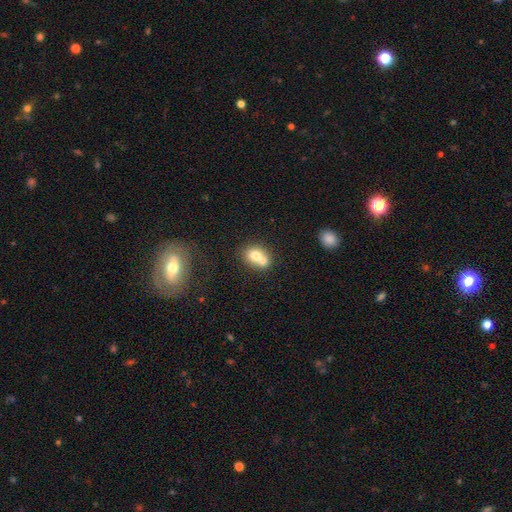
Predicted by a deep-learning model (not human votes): Smooth or featured?
  - smooth: 68% *
  - featured or disk: 21%
  - star or artifact: 10%
How rounded?
  - round: 63% *
  - in between: 36%
  - cigar-shaped: 1%
Merging?
  - merger: 62% *
  - none: 29%
  - minor disturbance: 7%
  - major disturbance: 3%